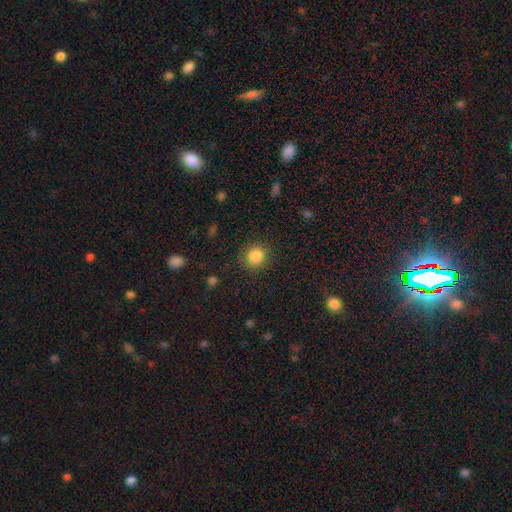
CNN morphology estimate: smooth 85%, star or artifact 11%, featured or disk 5%. Down the decision tree: how rounded — round (90%); merging — none (88%).